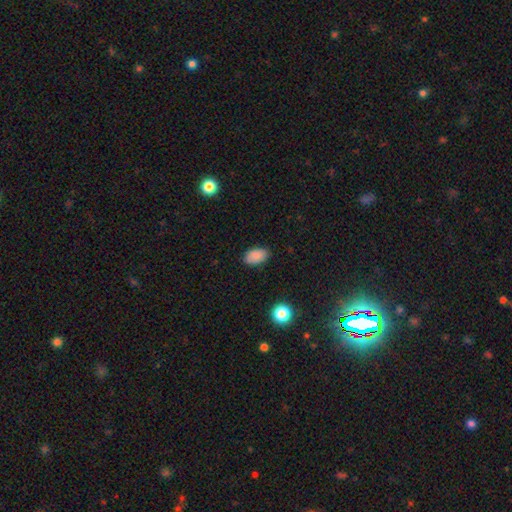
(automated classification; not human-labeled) A smooth galaxy with no disk features (86%) that is in between round and cigar-shaped (92%). Merging: none (85%).